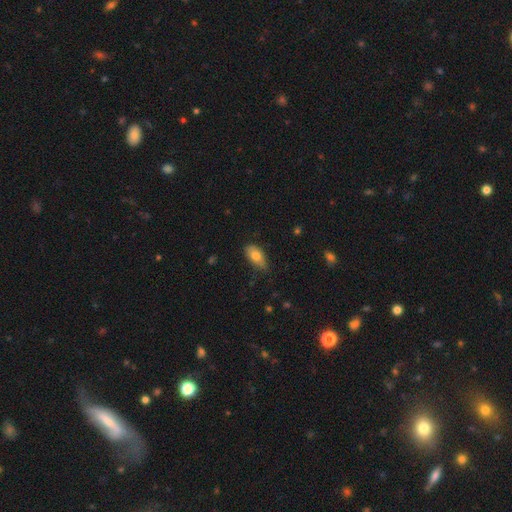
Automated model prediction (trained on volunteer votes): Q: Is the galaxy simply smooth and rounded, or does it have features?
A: smooth — 78%.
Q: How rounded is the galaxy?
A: in between — 90%.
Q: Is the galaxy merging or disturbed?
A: none — 73%.